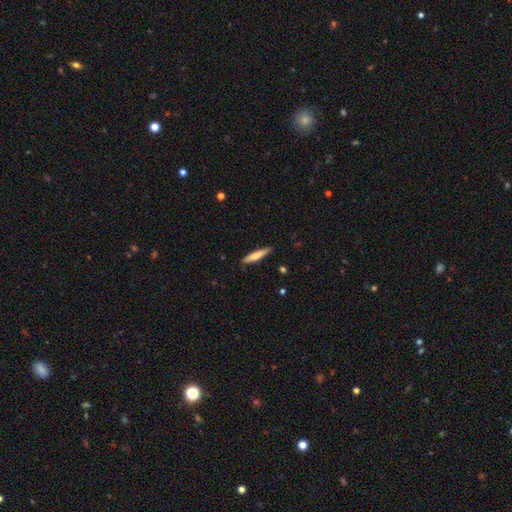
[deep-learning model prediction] smooth 65%, featured or disk 29%, star or artifact 6%. Down the decision tree: how rounded — cigar-shaped (89%); merging — none (88%).